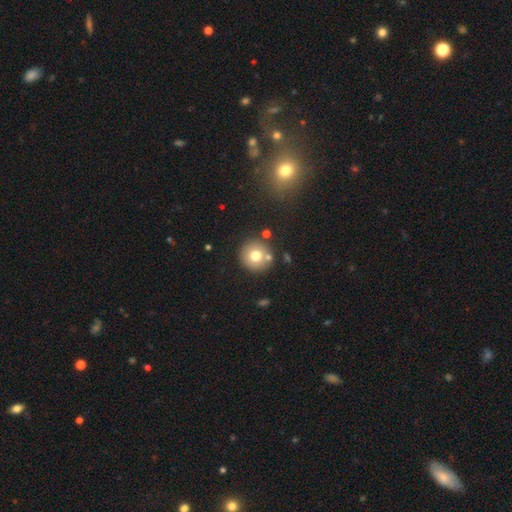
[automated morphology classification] A smooth galaxy with no disk features (72%) that is round (94%).

Vote fractions:
- Smooth or featured? smooth: 72% / featured or disk: 16% / star or artifact: 12%
- How rounded? round: 94% / in between: 5% / cigar-shaped: 1%
- Merging? none: 77% / merger: 11% / minor disturbance: 9% / major disturbance: 3%